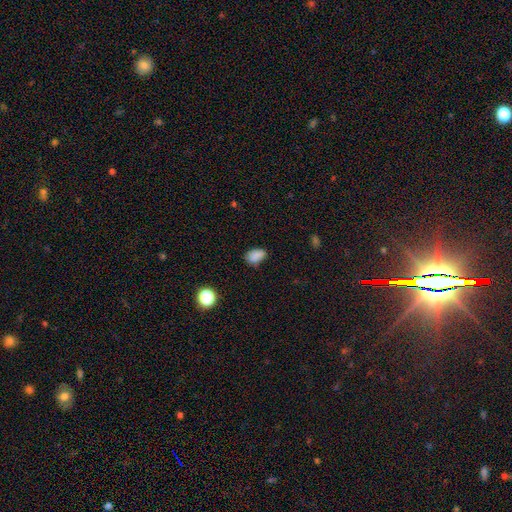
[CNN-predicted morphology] This is clearly a smooth galaxy (84%). How rounded: clearly in between (86%). Merging: likely none (70%).